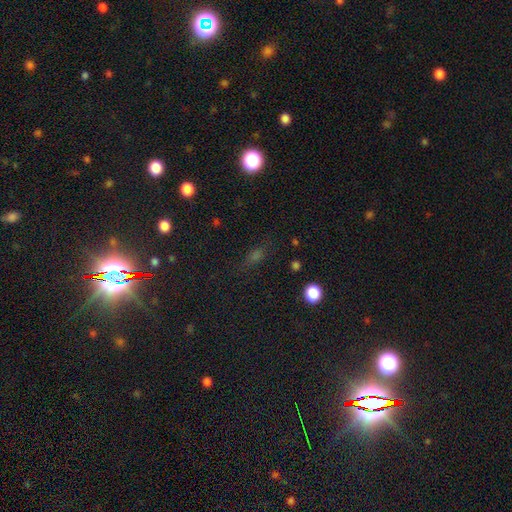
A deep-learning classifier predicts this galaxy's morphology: This is possibly a smooth galaxy (45%). Merging: likely none (74%).